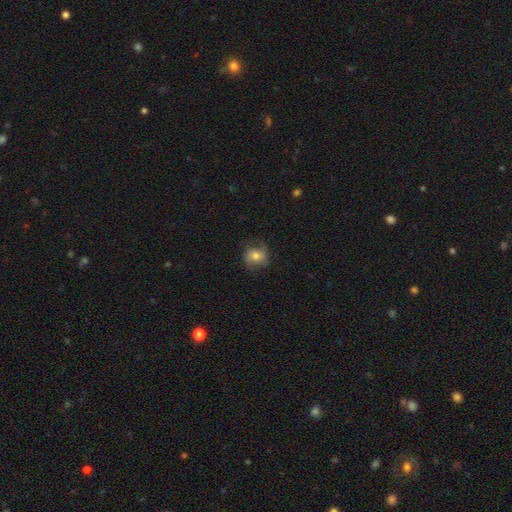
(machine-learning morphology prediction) Smooth or featured? smooth (58%)
How rounded? round (67%)
Merging? none (67%)